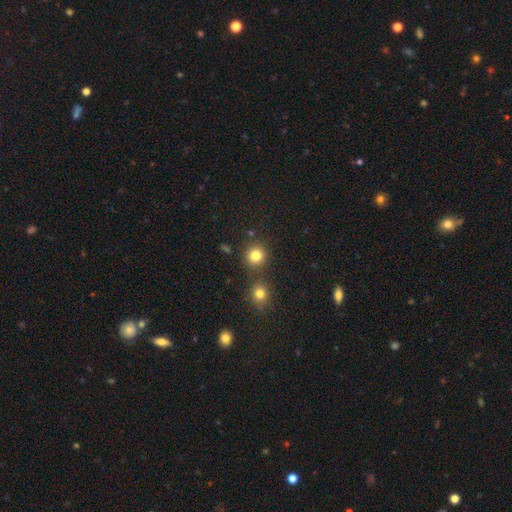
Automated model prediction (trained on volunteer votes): This is clearly a smooth galaxy (81%). How rounded: clearly round (91%). Merging: clearly none (81%).